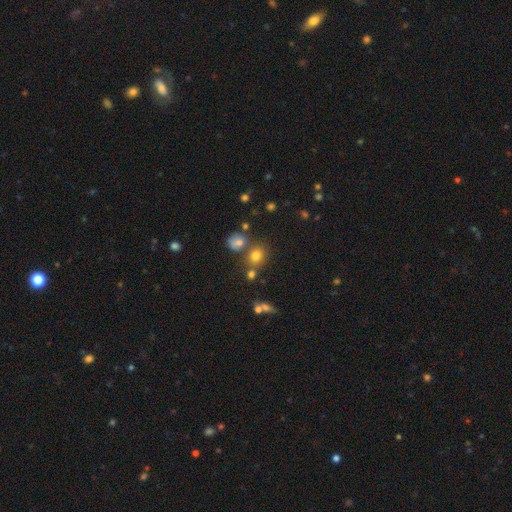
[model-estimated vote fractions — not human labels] Smooth or featured? smooth (74%)
How rounded? round (73%)
Merging? none (66%)